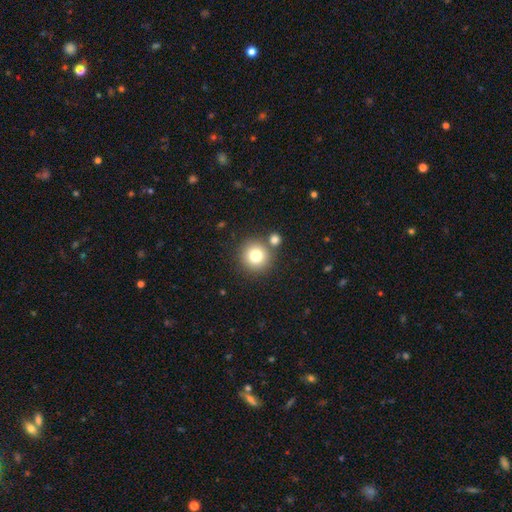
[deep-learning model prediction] Morphology: type=smooth (78%); roundness=round (93%); merging=none (78%).